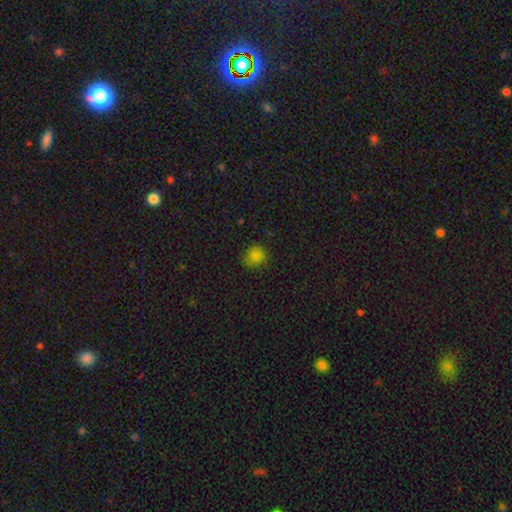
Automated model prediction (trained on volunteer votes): Overall: smooth (81%). How rounded: round (81%). Merging: none (78%).